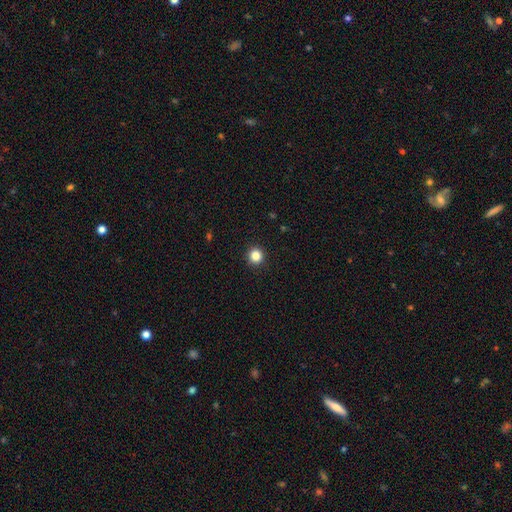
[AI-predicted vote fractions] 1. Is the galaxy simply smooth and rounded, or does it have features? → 84% smooth, 12% star or artifact, 4% featured or disk.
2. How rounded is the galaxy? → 94% round, 5% in between, 1% cigar-shaped.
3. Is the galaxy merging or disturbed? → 93% none, 4% minor disturbance, 2% major disturbance, 1% merger.